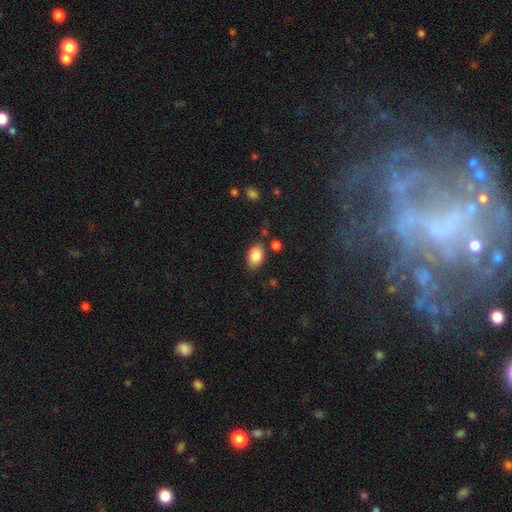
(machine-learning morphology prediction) Smooth or featured? smooth (84%)
How rounded? in between (88%)
Merging? none (77%)